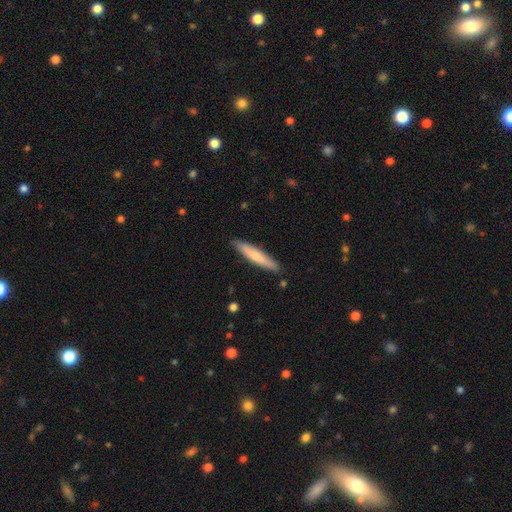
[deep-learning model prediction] This is likely a smooth galaxy (66%). How rounded: clearly cigar-shaped (90%). Merging: clearly none (88%).